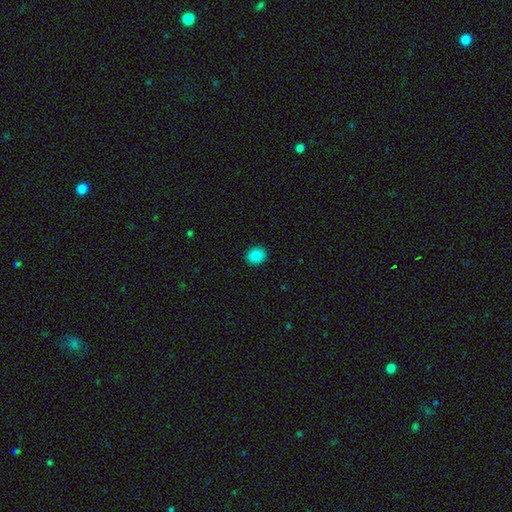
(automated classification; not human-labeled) A smooth galaxy with no disk features (87%) that is round (68%). Merging: none (91%).